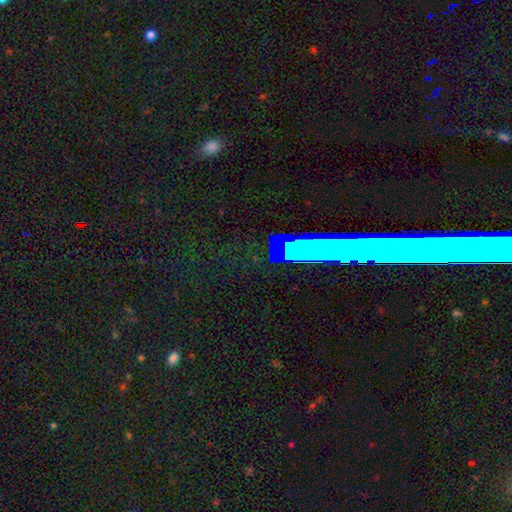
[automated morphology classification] type=star or artifact (57%).